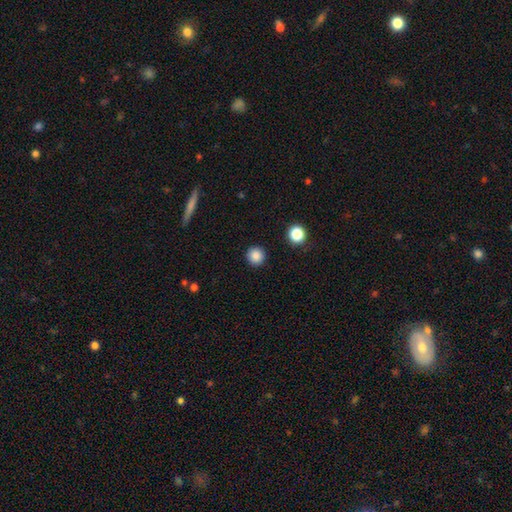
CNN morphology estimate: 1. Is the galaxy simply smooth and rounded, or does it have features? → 86% smooth, 10% star or artifact, 3% featured or disk.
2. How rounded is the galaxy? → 95% round, 4% in between, 1% cigar-shaped.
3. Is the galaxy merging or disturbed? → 92% none, 5% minor disturbance, 2% major disturbance, 1% merger.